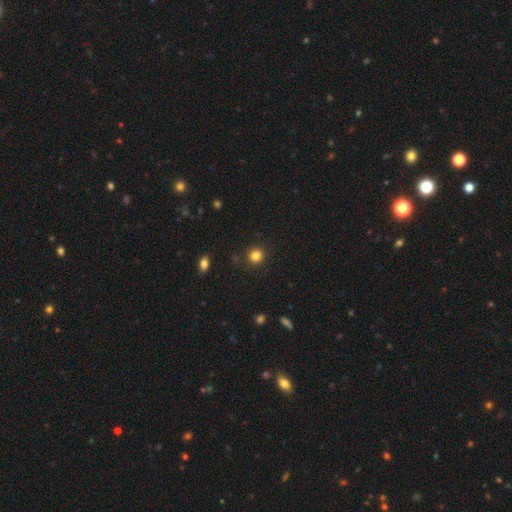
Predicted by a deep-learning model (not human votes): Q: Smooth or featured?
A: smooth (83%); runner-up: star or artifact (13%)
Q: How rounded?
A: round (91%); runner-up: in between (8%)
Q: Merging?
A: none (90%); runner-up: minor disturbance (6%)